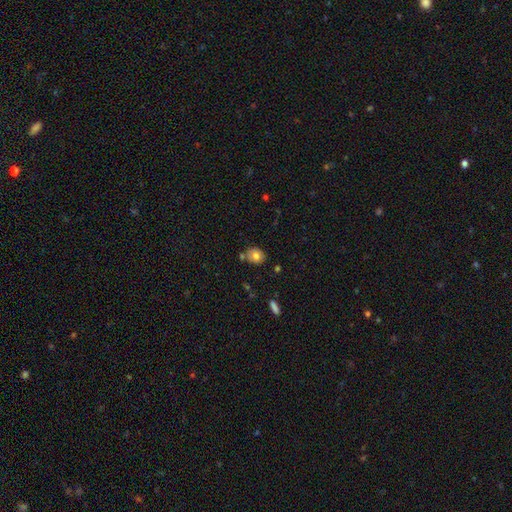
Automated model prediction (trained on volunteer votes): The model was most divided on "how rounded": in between: 51%, round: 48%, cigar-shaped: 1%. More confident: smooth or featured — smooth (75%); merging — none (71%).